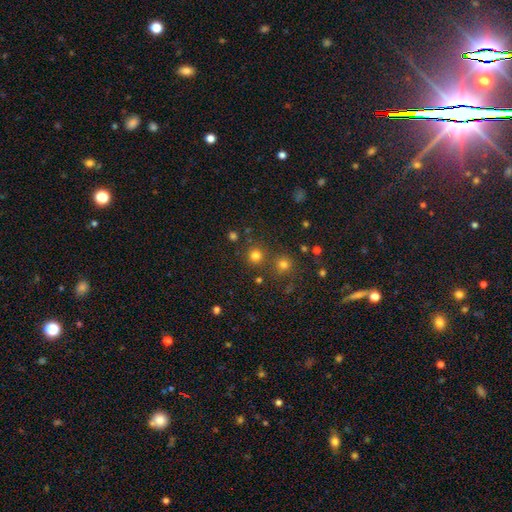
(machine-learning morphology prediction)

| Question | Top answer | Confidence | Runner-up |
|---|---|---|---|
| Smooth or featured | smooth | 77% | star or artifact (18%) |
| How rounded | round | 94% | in between (5%) |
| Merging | none | 81% | merger (10%) |